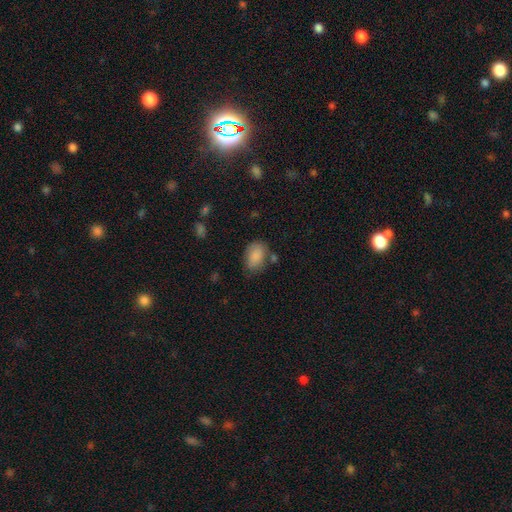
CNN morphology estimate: smooth-or-featured: smooth: 86% | star or artifact: 7% | featured or disk: 7%
  how-rounded: in between: 85% | round: 13% | cigar-shaped: 1%
  merging: none: 64% | minor disturbance: 23% | major disturbance: 7% | merger: 6%